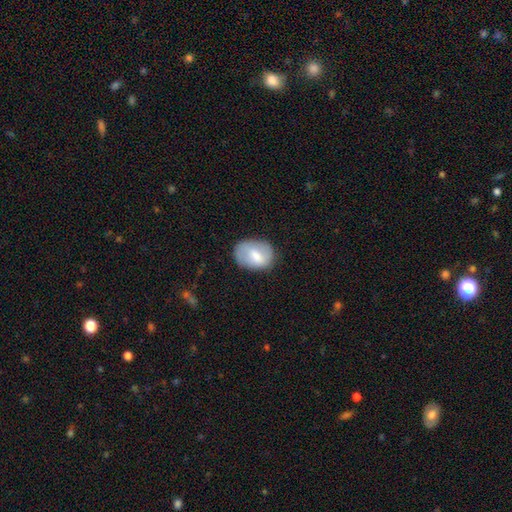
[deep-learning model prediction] A smooth galaxy with no disk features (66%) that is in between round and cigar-shaped (71%).

Vote fractions:
- Smooth or featured? smooth: 66% / featured or disk: 27% / star or artifact: 7%
- How rounded? in between: 71% / round: 28% / cigar-shaped: 1%
- Merging? none: 69% / minor disturbance: 22% / major disturbance: 7% / merger: 2%